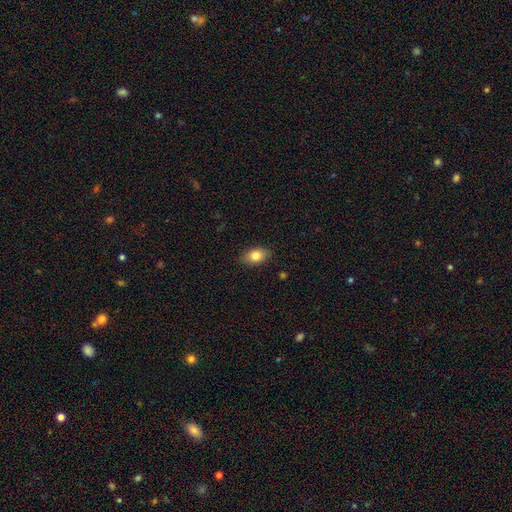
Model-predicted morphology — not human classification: Smooth or featured? smooth (82%)
How rounded? in between (85%)
Merging? none (87%)